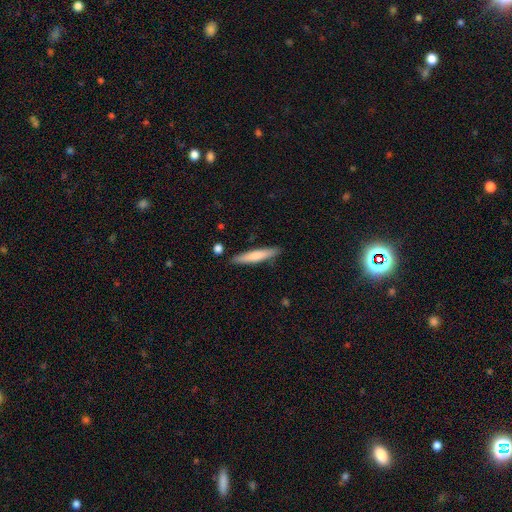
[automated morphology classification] Overall: smooth (70%). How rounded: cigar-shaped (91%). Merging: none (87%).